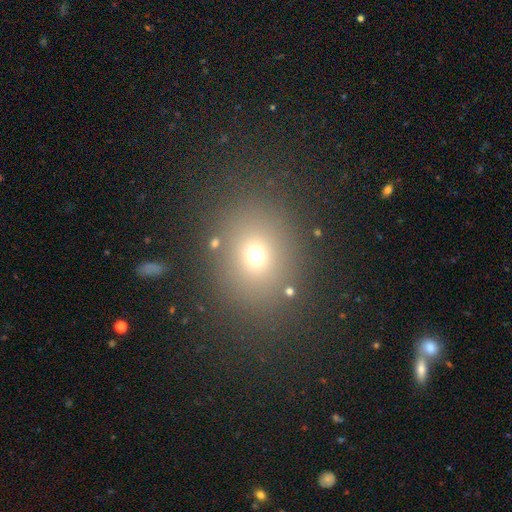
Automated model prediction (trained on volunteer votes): Smooth or featured? smooth (68%)
How rounded? round (62%)
Merging? none (81%)